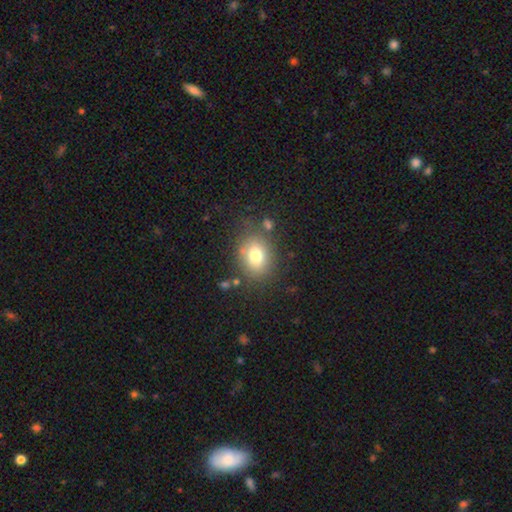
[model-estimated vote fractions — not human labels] Smooth or featured? smooth (76%)
How rounded? in between (53%)
Merging? none (75%)